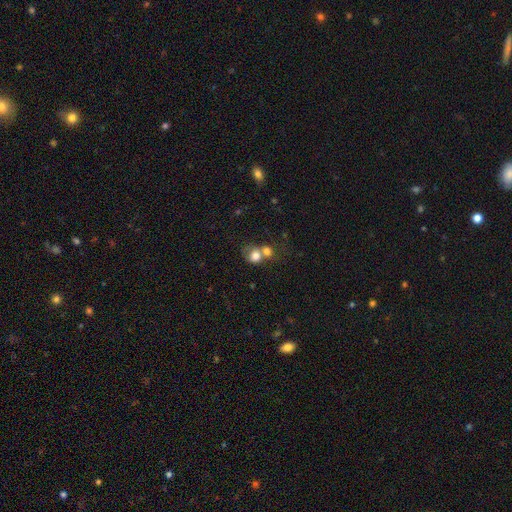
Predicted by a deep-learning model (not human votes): Smooth or featured: smooth — 75% (featured or disk — 15%)
How rounded: round — 70% (in between — 29%)
Merging: merger — 62% (none — 26%)